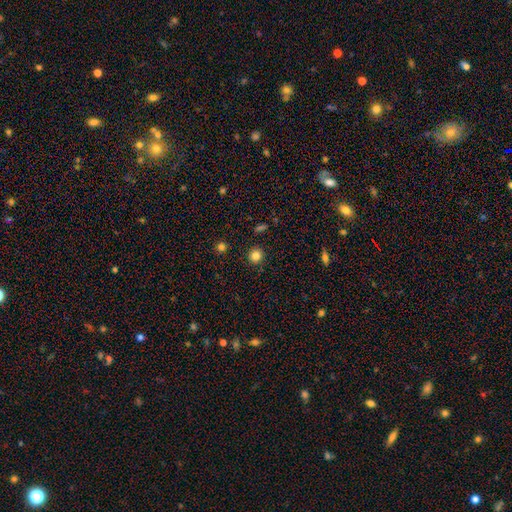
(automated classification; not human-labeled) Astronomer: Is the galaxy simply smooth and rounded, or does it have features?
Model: smooth — 84%.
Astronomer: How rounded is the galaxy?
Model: round — 93%.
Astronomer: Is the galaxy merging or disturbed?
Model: none — 91%.